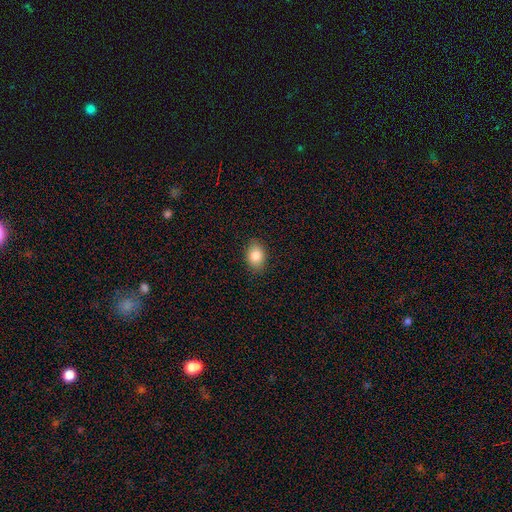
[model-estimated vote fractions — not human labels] A smooth galaxy with no disk features (85%) that is in between round and cigar-shaped (77%). Merging: none (88%).